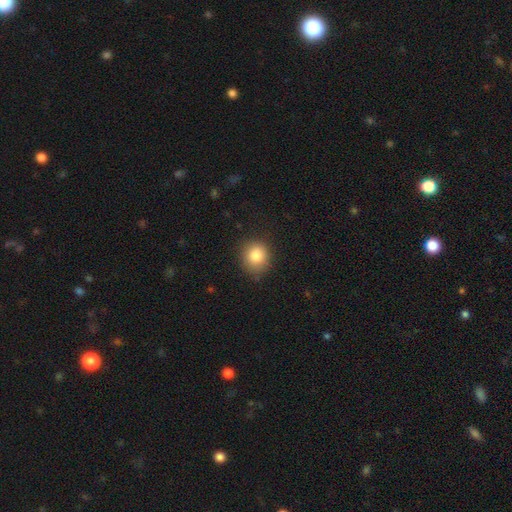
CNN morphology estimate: smooth_or_featured: smooth (p=0.84) [alt: star or artifact p=0.10]
how_rounded: round (p=0.79) [alt: in between p=0.20]
merging: none (p=0.80) [alt: minor disturbance p=0.15]